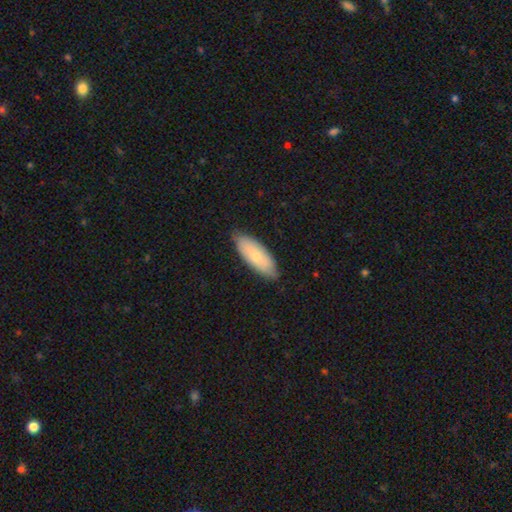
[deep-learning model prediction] Q: Smooth or featured?
A: smooth (72%); runner-up: featured or disk (22%)
Q: How rounded?
A: in between (75%); runner-up: cigar-shaped (23%)
Q: Merging?
A: none (81%); runner-up: minor disturbance (16%)